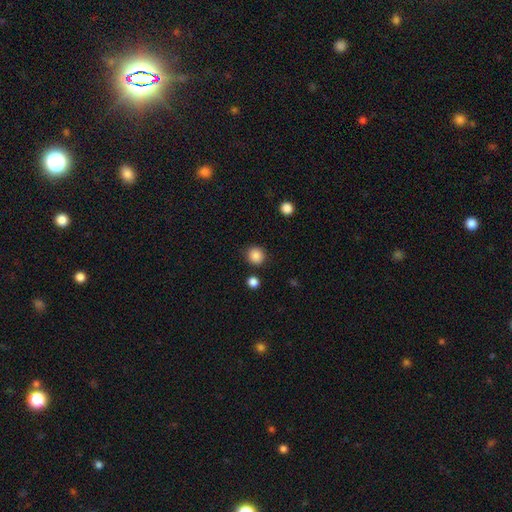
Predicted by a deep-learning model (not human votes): Smooth or featured? Predicted: smooth (p=0.87). How rounded? Predicted: round (p=0.91). Merging? Predicted: none (p=0.87).